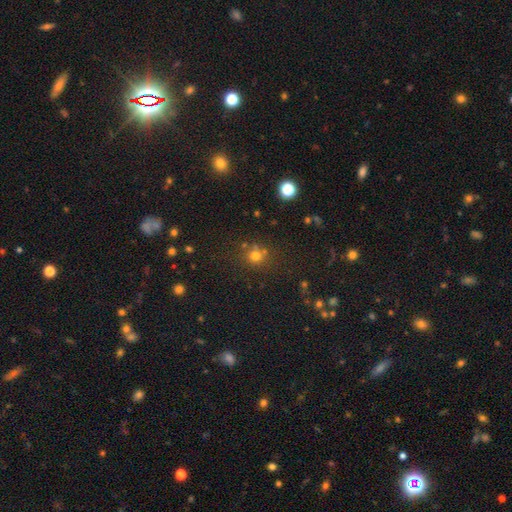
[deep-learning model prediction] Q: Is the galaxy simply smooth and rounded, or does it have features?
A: smooth — 71%.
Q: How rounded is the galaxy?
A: round — 89%.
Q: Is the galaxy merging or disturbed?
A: none — 73%.